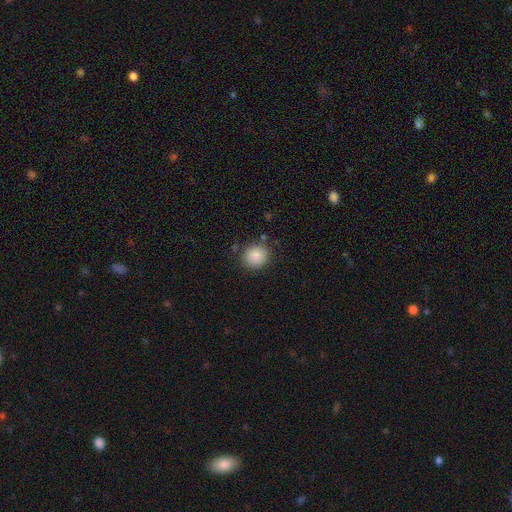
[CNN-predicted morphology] smooth 86%, star or artifact 9%, featured or disk 5%. Down the decision tree: how rounded — round (85%); merging — none (84%).